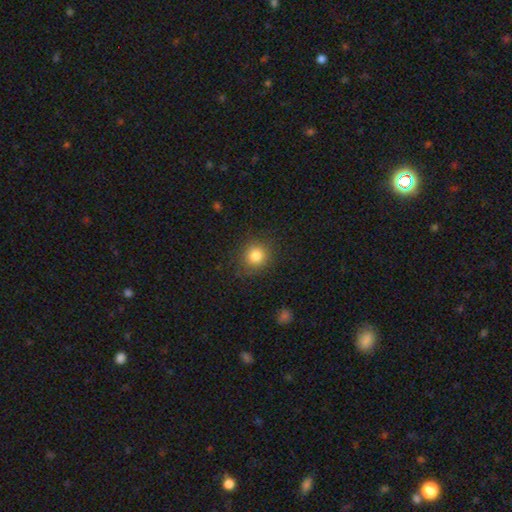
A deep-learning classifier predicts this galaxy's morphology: A smooth galaxy with no disk features (83%) that is round (89%). Merging: none (87%).